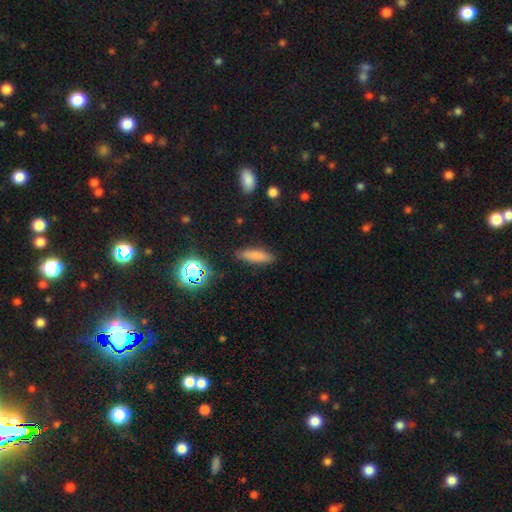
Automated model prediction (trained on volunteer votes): Smooth or featured: smooth — 79% (star or artifact — 12%)
How rounded: cigar-shaped — 54% (in between — 44%)
Merging: none — 86% (minor disturbance — 10%)